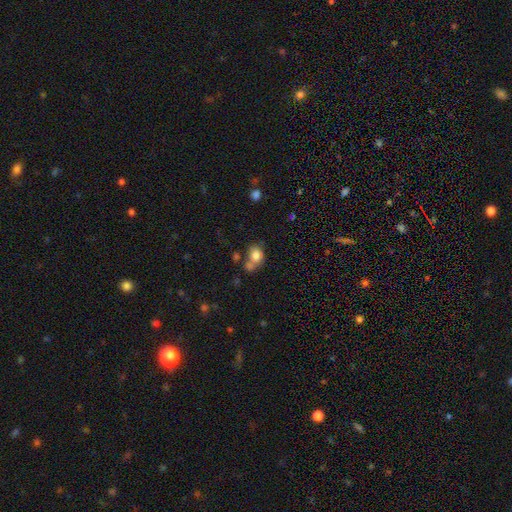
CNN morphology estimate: Overall: smooth (78%). How rounded: in between (55%; round 43%). Merging: merger (38%; none 37%).